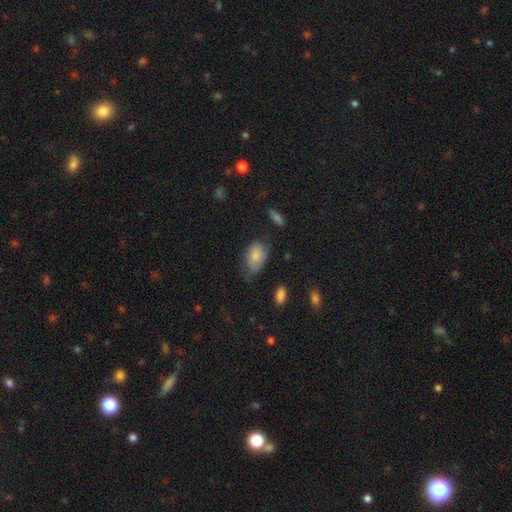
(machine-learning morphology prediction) Smooth or featured? Predicted: smooth (p=0.79). How rounded? Predicted: in between (p=0.91). Merging? Predicted: none (p=0.44).